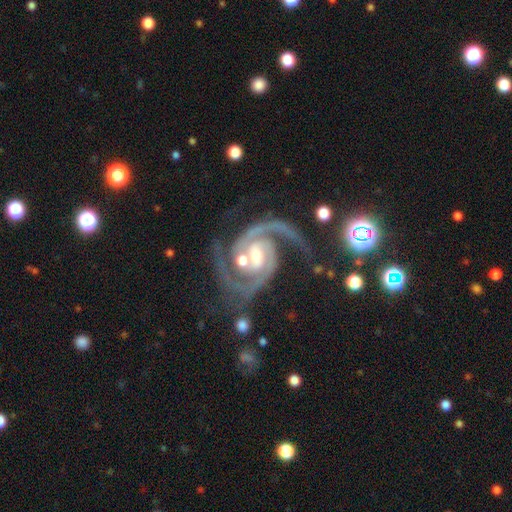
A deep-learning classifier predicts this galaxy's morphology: A featured or disk galaxy (93%) with a weak bar (42%), 2 (88%) medium (57%) spiral arms (99%) and a moderate central bulge (58%).

Vote fractions:
- Smooth or featured? featured or disk: 93% / star or artifact: 4% / smooth: 2%
- Edge-on disk? no: 98% / yes: 2%
- Bar? weak: 42% / no: 35% / strong: 23%
- Spiral arms? yes: 99% / no: 1%
- Spiral winding? medium: 57% / tight: 33% / loose: 10%
- Spiral arm count? 2: 88% / 3: 5% / can't tell: 2% / 1: 2% / 4: 2% / more than 4: 2%
- Bulge size? moderate: 58% / small: 33% / large: 6% / none: 2% / dominant: 1%
- Merging? none: 55% / merger: 17% / minor disturbance: 17% / major disturbance: 11%